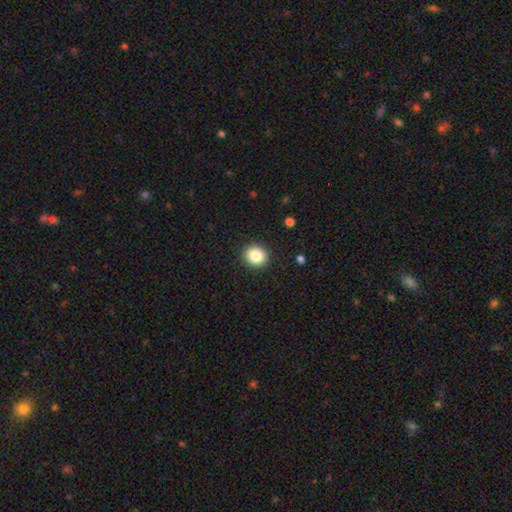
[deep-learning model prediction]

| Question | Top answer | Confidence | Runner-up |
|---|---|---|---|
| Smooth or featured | smooth | 85% | star or artifact (9%) |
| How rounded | round | 84% | in between (15%) |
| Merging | none | 91% | minor disturbance (6%) |